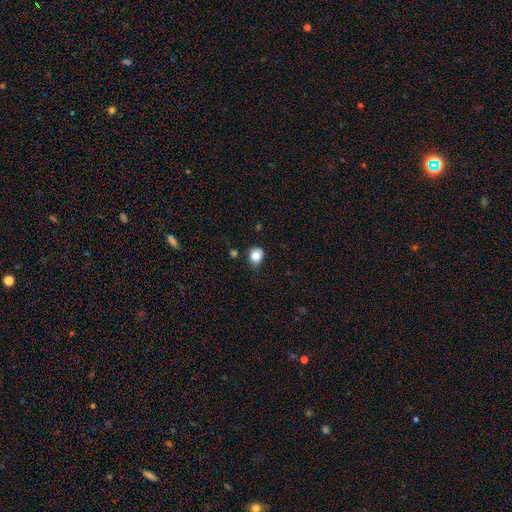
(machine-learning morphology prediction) This is clearly a smooth galaxy (83%). How rounded: likely round (67%). Merging: likely none (69%).